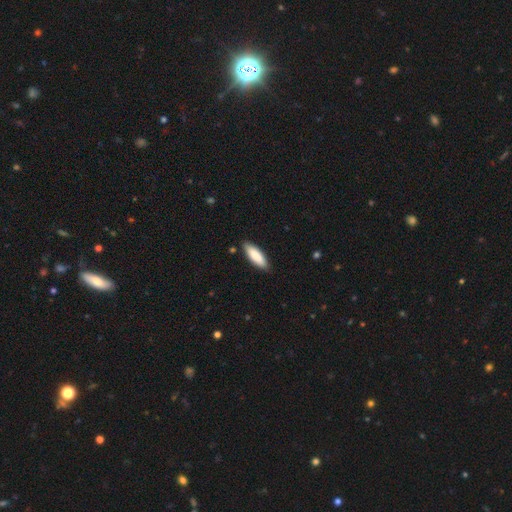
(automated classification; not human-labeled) smooth_or_featured: smooth (p=0.85) [alt: featured or disk p=0.10]
how_rounded: in between (p=0.56) [alt: cigar-shaped p=0.43]
merging: none (p=0.86) [alt: minor disturbance p=0.11]